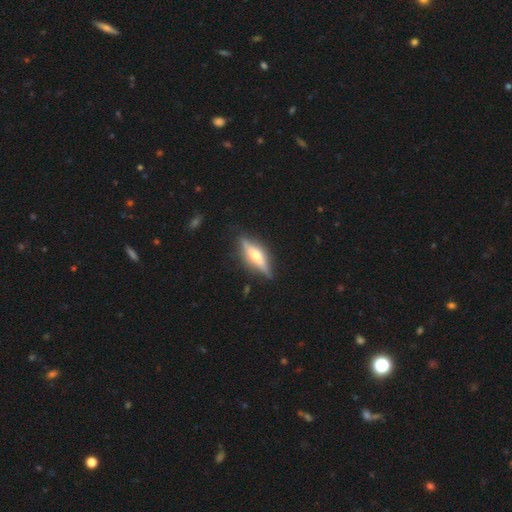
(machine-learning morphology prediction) A featured or disk galaxy (69%) viewed edge-on (94%) with a rounded central bulge (87%).

Vote fractions:
- Smooth or featured? featured or disk: 69% / smooth: 26% / star or artifact: 6%
- Edge-on disk? yes: 94% / no: 6%
- Edge-on bulge? rounded: 87% / boxy: 9% / none: 4%
- Merging? none: 83% / minor disturbance: 12% / major disturbance: 3% / merger: 2%